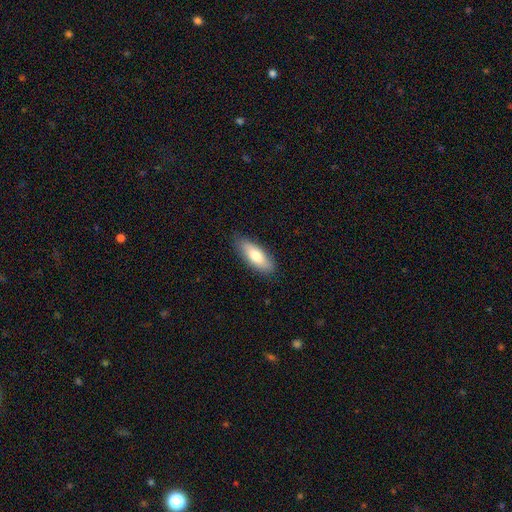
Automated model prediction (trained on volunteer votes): A smooth galaxy with no disk features (77%) that is in between round and cigar-shaped (66%).

Vote fractions:
- Smooth or featured? smooth: 77% / featured or disk: 18% / star or artifact: 6%
- How rounded? in between: 66% / cigar-shaped: 32% / round: 2%
- Merging? none: 85% / minor disturbance: 12% / major disturbance: 2% / merger: 1%